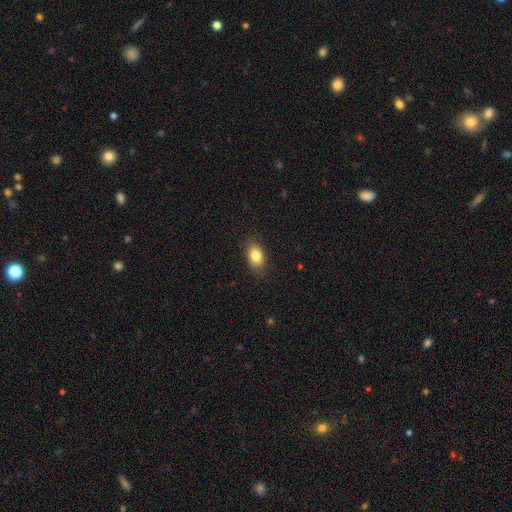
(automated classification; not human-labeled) Smooth or featured? Predicted: smooth (p=0.83). How rounded? Predicted: in between (p=0.84). Merging? Predicted: none (p=0.84).